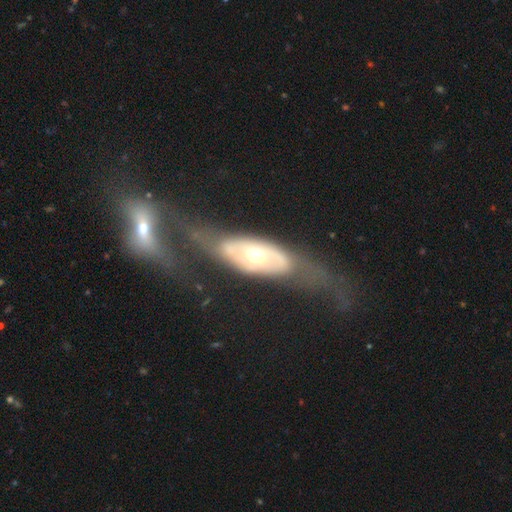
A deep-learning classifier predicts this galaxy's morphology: featured or disk 72%, smooth 23%, star or artifact 5%. Down the decision tree: edge-on disk — no (80%); bar — no (74%); spiral arms — no (60%); bulge size — moderate (70%); merging — none (45%).